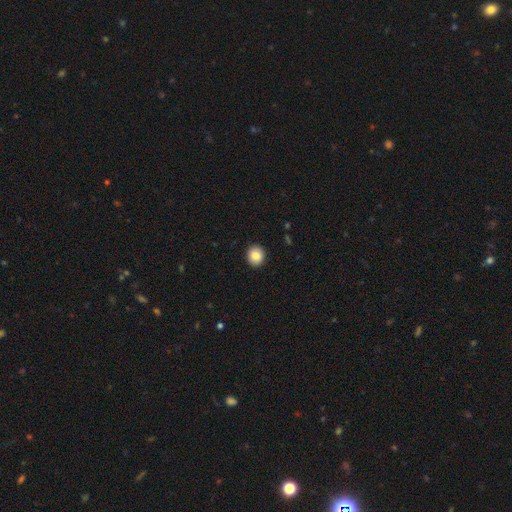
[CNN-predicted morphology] Overall: smooth (85%). How rounded: round (79%). Merging: none (92%).